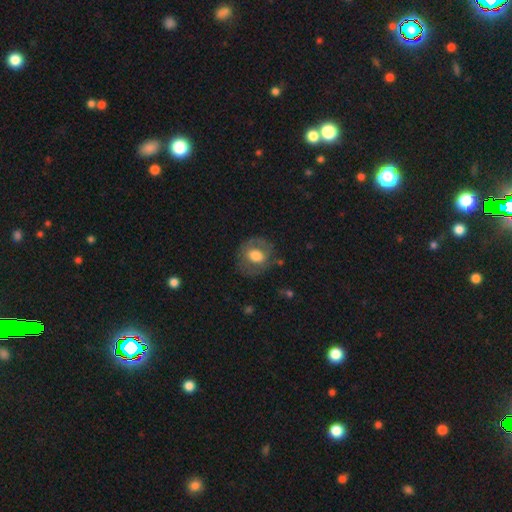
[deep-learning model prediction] Overall: smooth (55%; featured or disk 38%). How rounded: round (71%). Merging: none (72%).